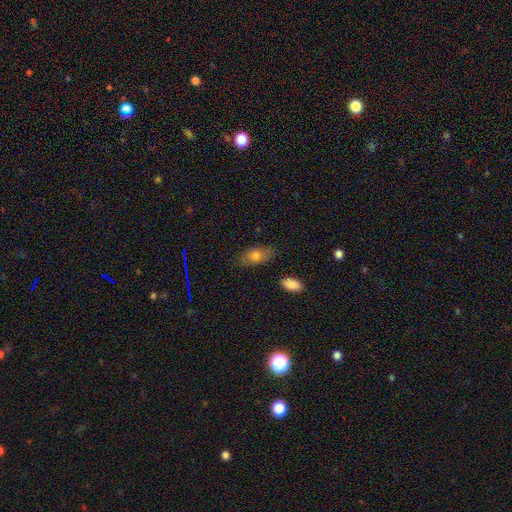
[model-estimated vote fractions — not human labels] Smooth or featured? Predicted: smooth (p=0.76). How rounded? Predicted: in between (p=0.87). Merging? Predicted: none (p=0.77).